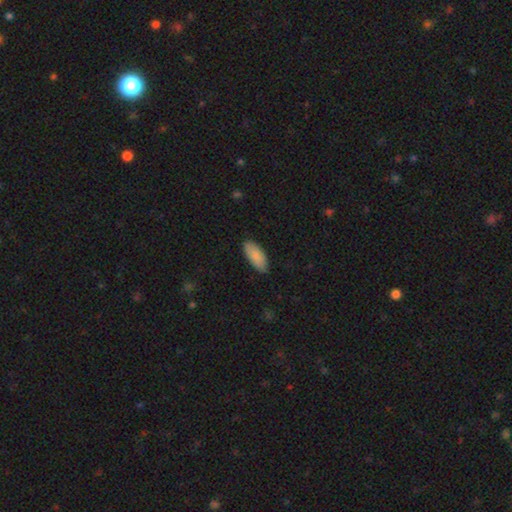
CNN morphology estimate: Q: Smooth or featured?
A: smooth (87%); runner-up: featured or disk (7%)
Q: How rounded?
A: in between (88%); runner-up: cigar-shaped (11%)
Q: Merging?
A: none (82%); runner-up: minor disturbance (14%)